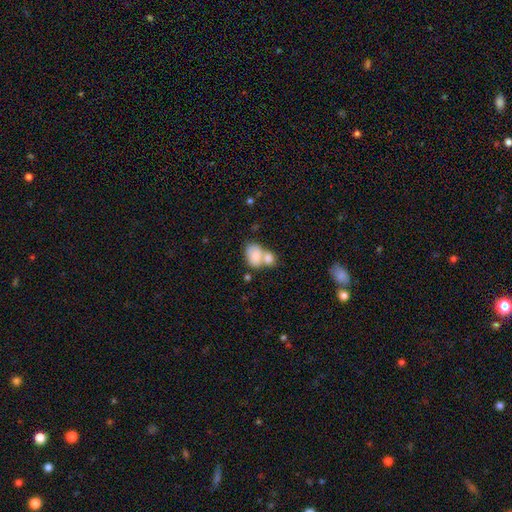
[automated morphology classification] Smooth or featured: smooth — 79% (featured or disk — 14%)
How rounded: in between — 83% (round — 16%)
Merging: merger — 65% (none — 21%)